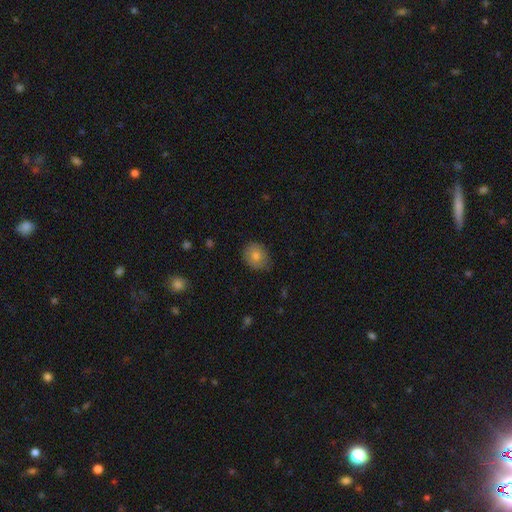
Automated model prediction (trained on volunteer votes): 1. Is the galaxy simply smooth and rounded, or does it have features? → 76% smooth, 14% featured or disk, 10% star or artifact.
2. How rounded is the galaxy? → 68% round, 31% in between, 1% cigar-shaped.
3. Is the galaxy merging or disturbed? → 78% none, 18% minor disturbance, 3% major disturbance, 1% merger.